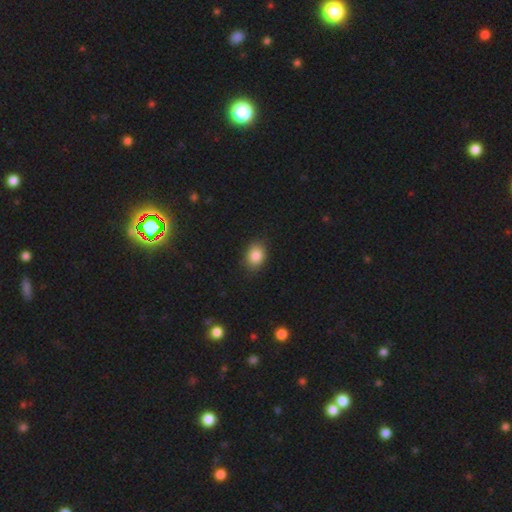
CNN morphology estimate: Smooth or featured: smooth — 85% (star or artifact — 9%)
How rounded: in between — 65% (round — 34%)
Merging: none — 85% (minor disturbance — 11%)